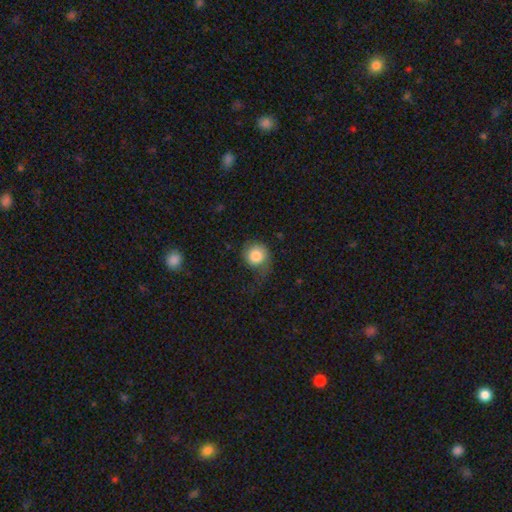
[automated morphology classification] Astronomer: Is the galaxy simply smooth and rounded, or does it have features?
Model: smooth — 78%.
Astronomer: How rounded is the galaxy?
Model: round — 87%.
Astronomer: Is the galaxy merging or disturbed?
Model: none — 48% (runner-up: minor disturbance, 26%).